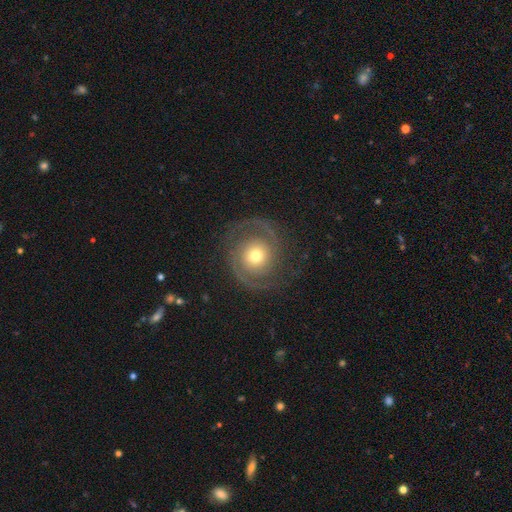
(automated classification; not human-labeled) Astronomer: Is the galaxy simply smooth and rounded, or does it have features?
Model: featured or disk — 85%.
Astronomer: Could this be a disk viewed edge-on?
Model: no — 98%.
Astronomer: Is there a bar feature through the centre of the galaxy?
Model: no — 77%.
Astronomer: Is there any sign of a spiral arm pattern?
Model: yes — 95%.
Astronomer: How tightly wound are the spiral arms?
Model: tight — 47% (runner-up: medium, 41%).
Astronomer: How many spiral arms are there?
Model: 2 — 89%.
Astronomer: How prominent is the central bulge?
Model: moderate — 64%.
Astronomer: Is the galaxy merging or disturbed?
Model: none — 80%.